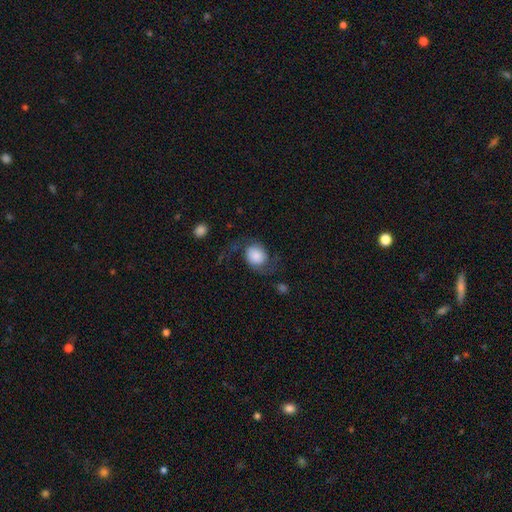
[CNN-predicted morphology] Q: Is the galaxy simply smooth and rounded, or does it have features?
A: smooth — 52%.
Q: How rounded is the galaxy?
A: round — 69%.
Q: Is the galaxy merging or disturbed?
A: none — 55%.